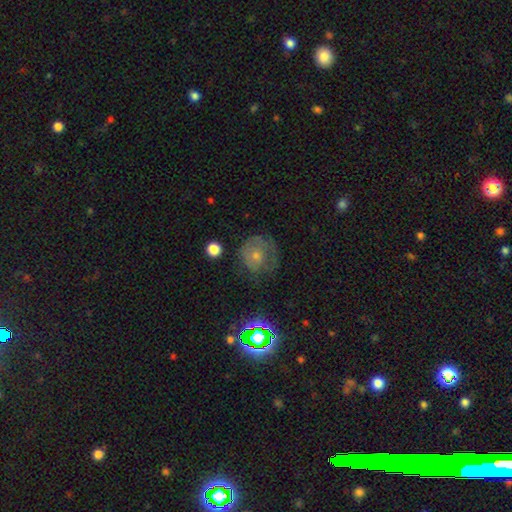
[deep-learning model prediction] This is marginally a featured or disk galaxy (41%). Merging: likely none (62%).